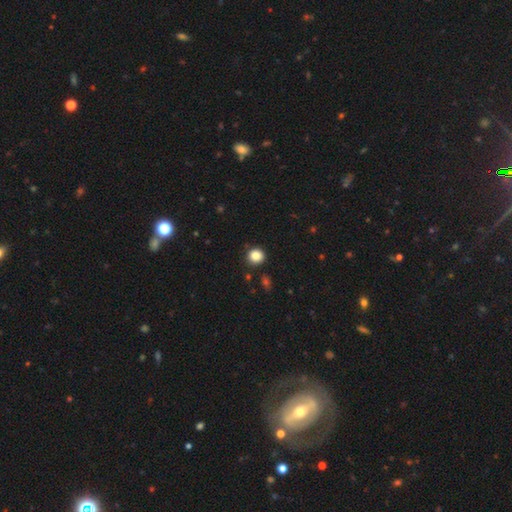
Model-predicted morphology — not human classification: Smooth or featured: smooth — 86% (star or artifact — 11%)
How rounded: round — 90% (in between — 9%)
Merging: none — 89% (minor disturbance — 7%)